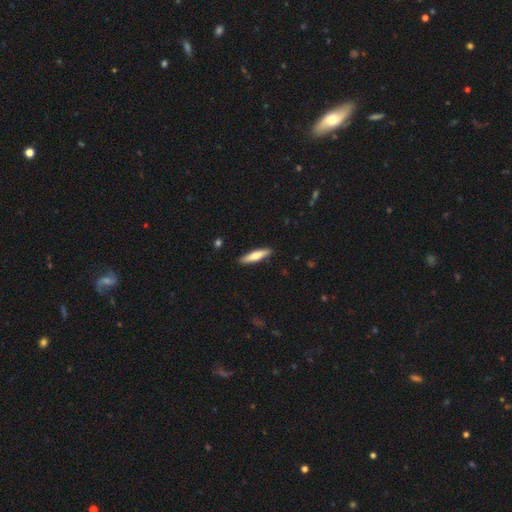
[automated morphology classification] Smooth or featured: smooth — 65% (featured or disk — 29%)
How rounded: cigar-shaped — 77% (in between — 22%)
Merging: none — 89% (minor disturbance — 8%)